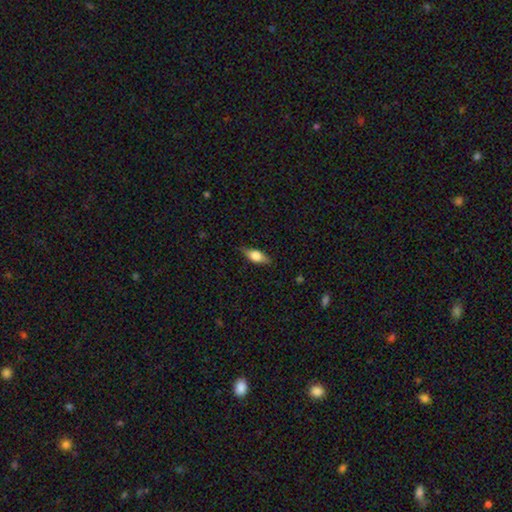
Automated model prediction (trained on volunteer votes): Q: Smooth or featured?
A: smooth (56%); runner-up: featured or disk (36%)
Q: How rounded?
A: in between (70%); runner-up: cigar-shaped (25%)
Q: Merging?
A: none (82%); runner-up: minor disturbance (14%)